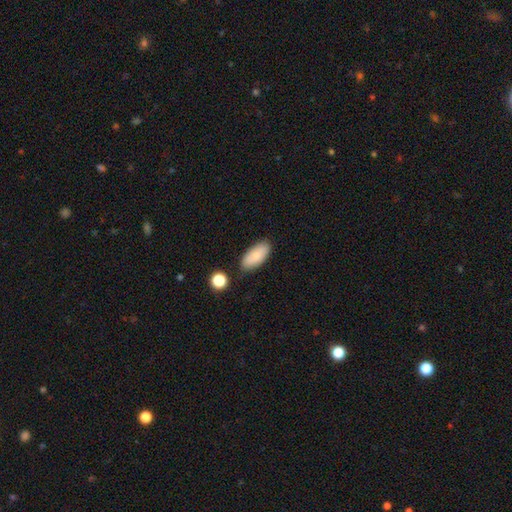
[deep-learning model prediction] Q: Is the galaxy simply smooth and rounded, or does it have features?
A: smooth — 82%.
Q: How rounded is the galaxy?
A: in between — 89%.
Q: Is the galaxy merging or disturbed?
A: none — 80%.